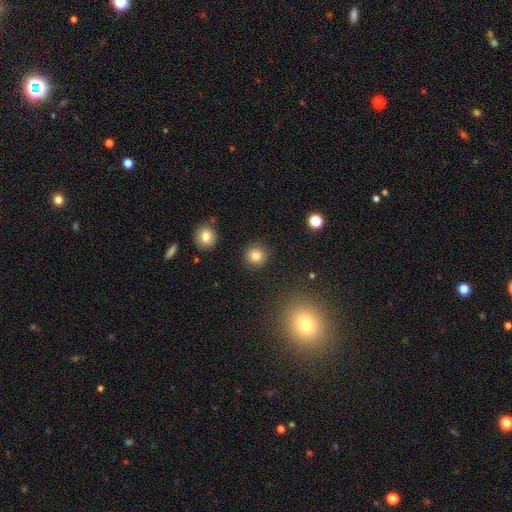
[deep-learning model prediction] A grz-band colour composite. It shows a smooth galaxy with no disk features (82%) that is round (93%). Merging: none (89%).